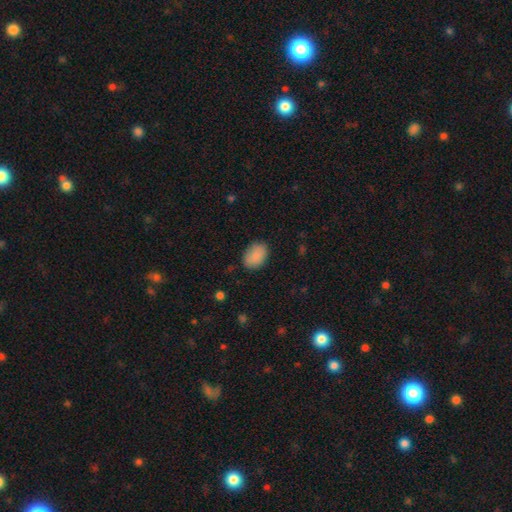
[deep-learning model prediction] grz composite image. It shows a smooth galaxy with no disk features (88%) that is in between round and cigar-shaped (78%). Merging: none (82%).